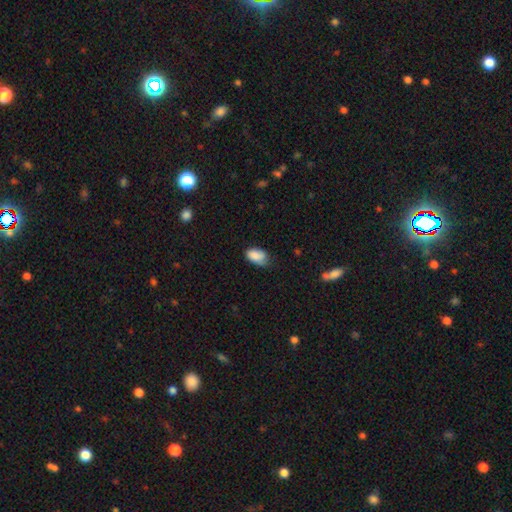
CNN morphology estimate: smooth-or-featured: smooth: 83% | featured or disk: 9% | star or artifact: 8%
  how-rounded: in between: 91% | round: 7% | cigar-shaped: 2%
  merging: none: 49% | minor disturbance: 39% | major disturbance: 9% | merger: 3%